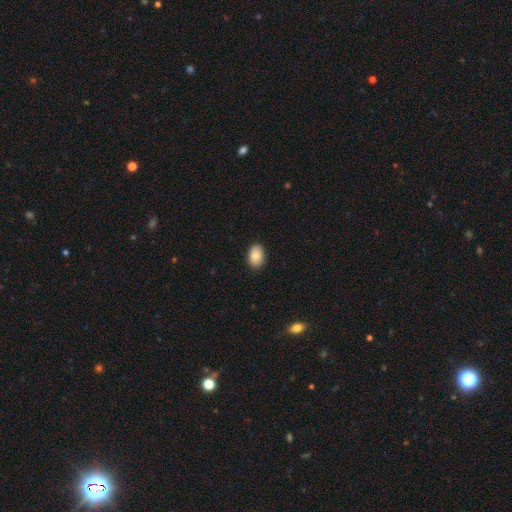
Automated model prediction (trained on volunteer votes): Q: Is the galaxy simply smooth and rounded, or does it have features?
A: smooth — 84%.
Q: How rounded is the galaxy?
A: in between — 86%.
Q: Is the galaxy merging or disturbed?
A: none — 88%.